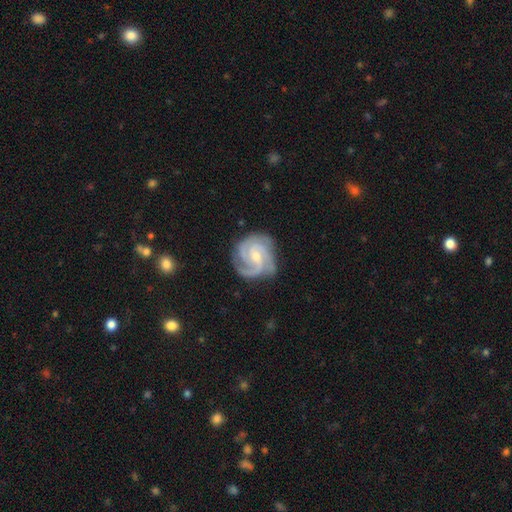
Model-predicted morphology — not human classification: featured or disk 91%, smooth 5%, star or artifact 4%. Down the decision tree: edge-on disk — no (98%); bar — no (48%); spiral arms — yes (99%); spiral arm count — 3 (66%); spiral winding — tight (55%); bulge size — small (56%); merging — none (77%).